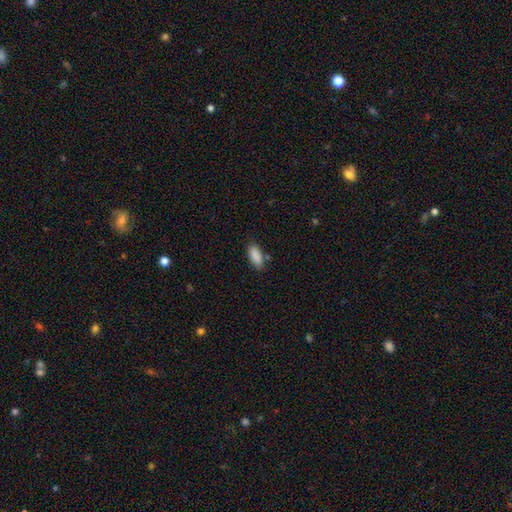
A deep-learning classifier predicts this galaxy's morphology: Smooth or featured: smooth — 89% (star or artifact — 7%)
How rounded: in between — 83% (cigar-shaped — 15%)
Merging: none — 77% (minor disturbance — 14%)